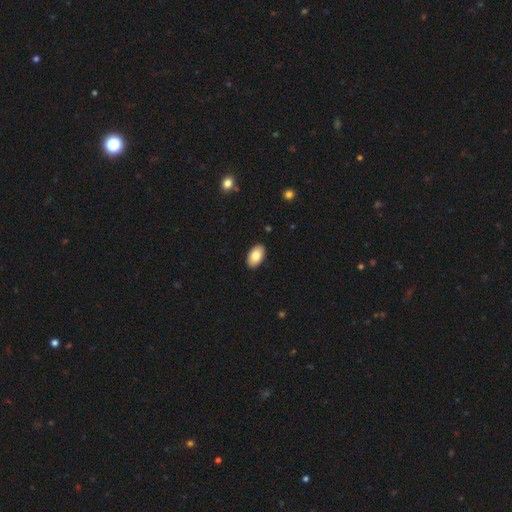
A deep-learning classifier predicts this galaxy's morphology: Q: Smooth or featured?
A: smooth (81%); runner-up: featured or disk (12%)
Q: How rounded?
A: in between (95%); runner-up: round (4%)
Q: Merging?
A: none (90%); runner-up: minor disturbance (7%)